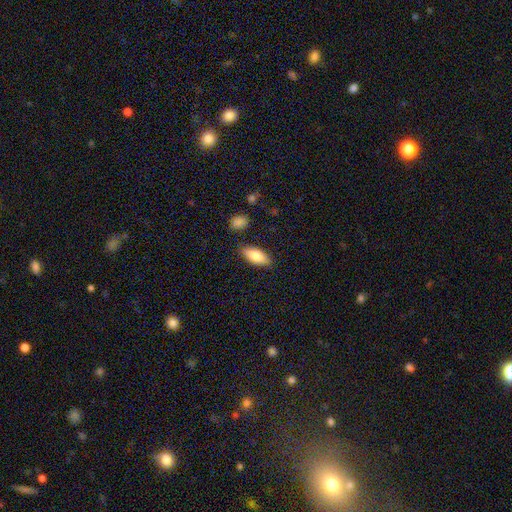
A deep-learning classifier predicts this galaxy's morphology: smooth_or_featured: smooth (p=0.82) [alt: featured or disk p=0.11]
how_rounded: in between (p=0.87) [alt: cigar-shaped p=0.11]
merging: none (p=0.85) [alt: minor disturbance p=0.11]